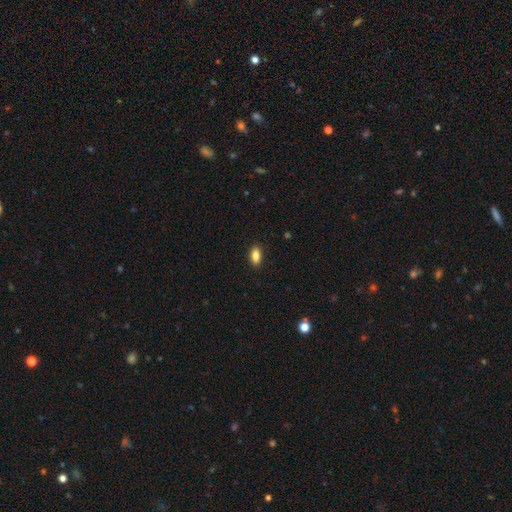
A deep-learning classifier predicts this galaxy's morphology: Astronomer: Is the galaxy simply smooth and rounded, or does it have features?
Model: smooth — 87%.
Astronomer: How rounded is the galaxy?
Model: in between — 90%.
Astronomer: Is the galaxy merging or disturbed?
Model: none — 89%.